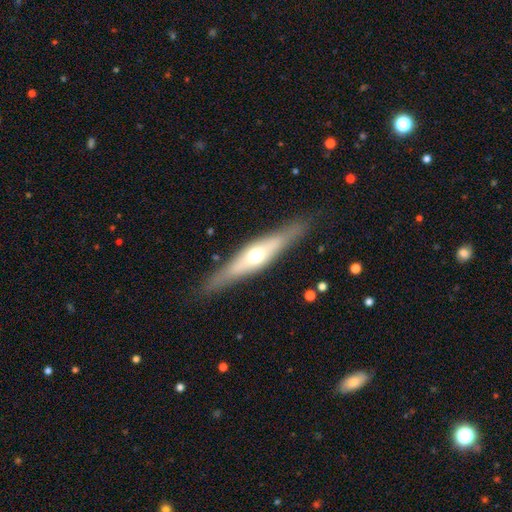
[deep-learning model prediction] Q: Smooth or featured?
A: featured or disk (59%); runner-up: smooth (35%)
Q: Edge-on disk?
A: yes (89%); runner-up: no (11%)
Q: Edge-on bulge?
A: rounded (90%); runner-up: none (6%)
Q: Merging?
A: none (86%); runner-up: minor disturbance (10%)